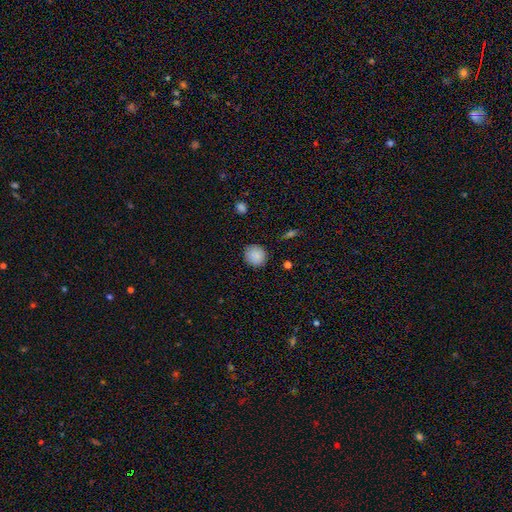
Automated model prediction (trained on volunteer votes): This is clearly a smooth galaxy (88%). How rounded: clearly round (89%). Merging: clearly none (88%).